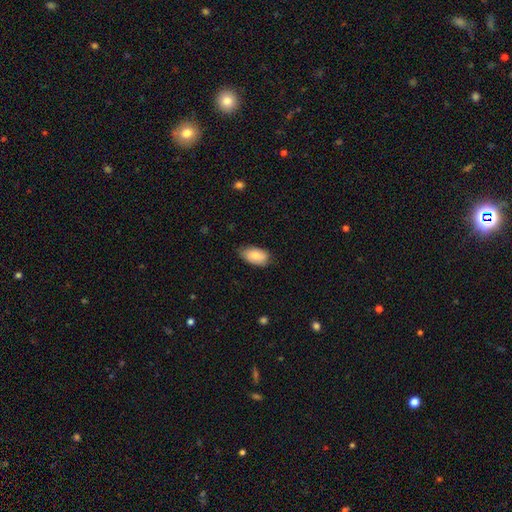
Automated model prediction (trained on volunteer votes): Smooth or featured? smooth (84%)
How rounded? in between (94%)
Merging? none (72%)